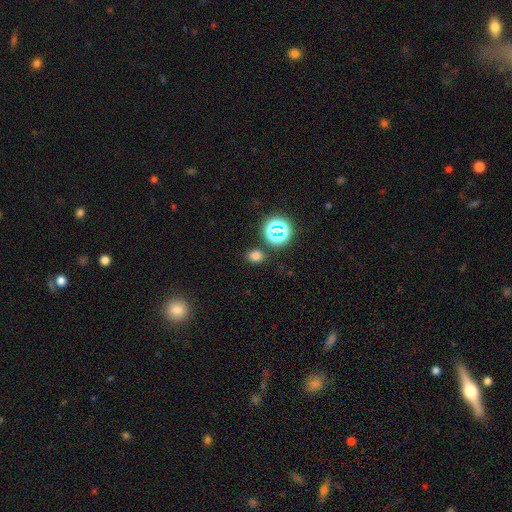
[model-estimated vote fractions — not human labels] smooth_or_featured: smooth (p=0.71) [alt: star or artifact p=0.23]
how_rounded: round (p=0.55) [alt: in between p=0.43]
merging: none (p=0.83) [alt: minor disturbance p=0.09]